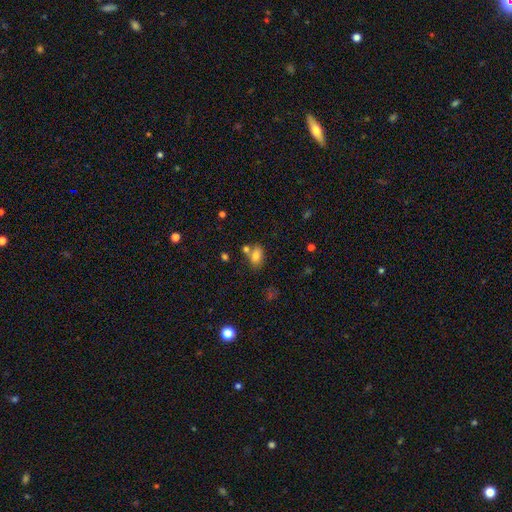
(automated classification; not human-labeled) The model was most divided on "merging": none: 57%, merger: 25%, minor disturbance: 14%, major disturbance: 4%. More confident: how rounded — in between (84%); smooth or featured — smooth (78%).